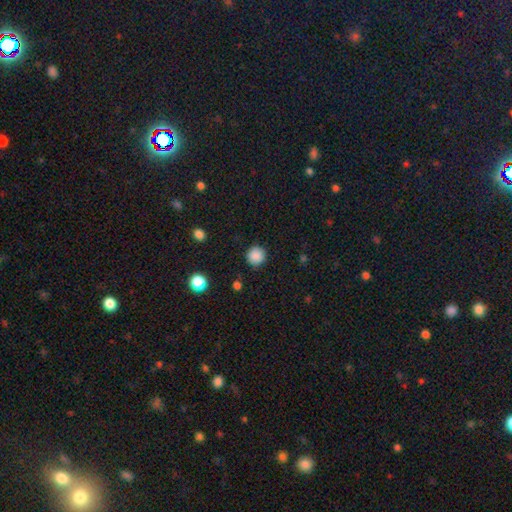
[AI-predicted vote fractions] smooth 87%, star or artifact 10%, featured or disk 3%. Down the decision tree: how rounded — round (94%); merging — none (90%).